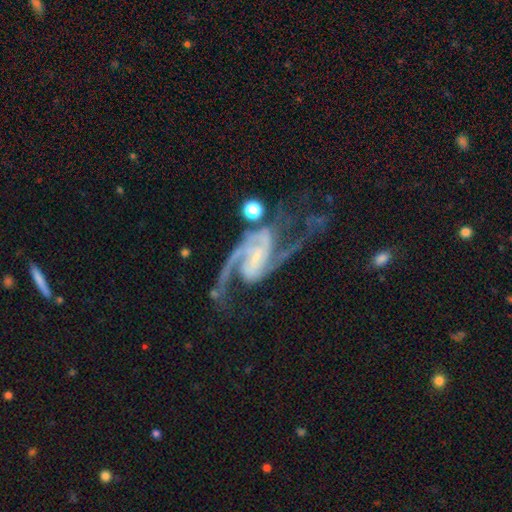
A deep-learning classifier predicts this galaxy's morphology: smooth_or_featured: featured or disk (p=0.92) [alt: star or artifact p=0.05]
disk_edge_on: no (p=0.98) [alt: yes p=0.02]
bar: weak (p=0.39) [alt: no p=0.32]
has_spiral_arms: yes (p=0.98) [alt: no p=0.02]
spiral_winding: medium (p=0.54) [alt: loose p=0.31]
spiral_arm_count: 2 (p=0.88) [alt: 3 p=0.04]
bulge_size: small (p=0.58) [alt: none p=0.24]
merging: none (p=0.51) [alt: major disturbance p=0.24]